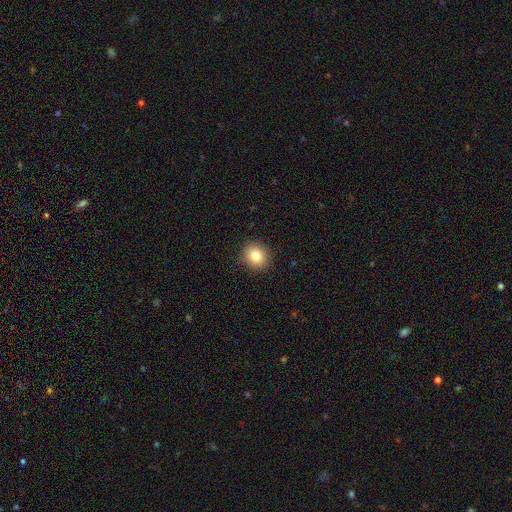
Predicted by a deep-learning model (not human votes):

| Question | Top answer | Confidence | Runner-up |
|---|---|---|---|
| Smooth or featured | smooth | 83% | star or artifact (10%) |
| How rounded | round | 84% | in between (15%) |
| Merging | none | 89% | minor disturbance (8%) |